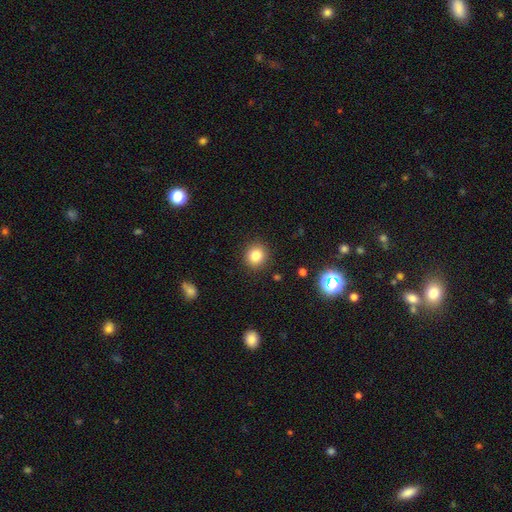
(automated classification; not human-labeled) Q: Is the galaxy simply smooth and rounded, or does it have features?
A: smooth — 82%.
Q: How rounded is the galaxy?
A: round — 87%.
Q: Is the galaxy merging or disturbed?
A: none — 90%.